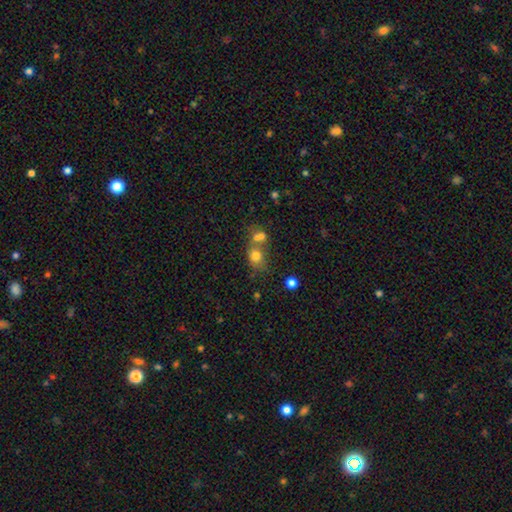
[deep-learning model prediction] smooth-or-featured: smooth: 73% | star or artifact: 14% | featured or disk: 13%
  how-rounded: round: 58% | in between: 40% | cigar-shaped: 1%
  merging: merger: 51% | none: 35% | minor disturbance: 9% | major disturbance: 5%